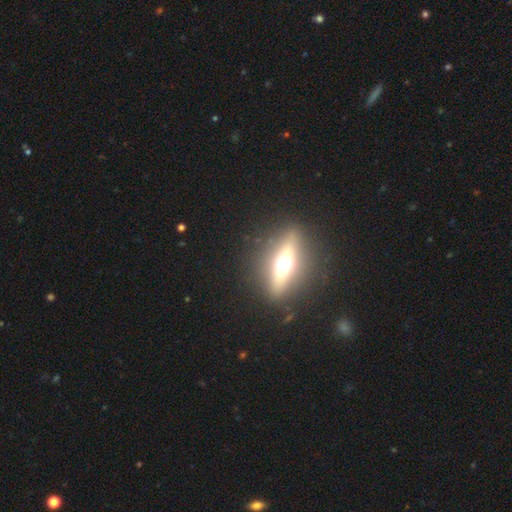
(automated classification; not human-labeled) Overall: featured or disk (73%). Edge-on disk: yes (90%). Edge-on bulge: rounded (94%). Merging: none (88%).